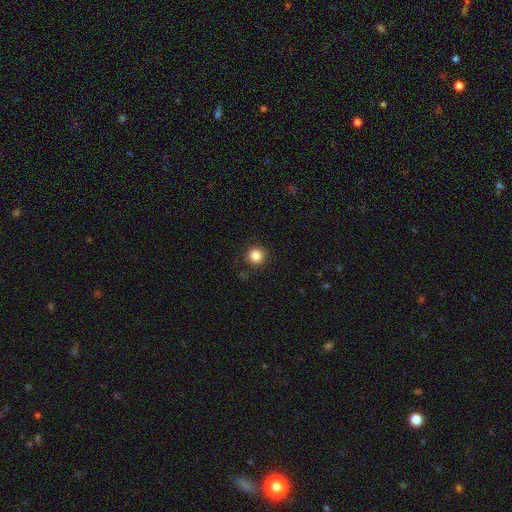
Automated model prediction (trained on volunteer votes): Smooth or featured?
  - smooth: 85% *
  - star or artifact: 11%
  - featured or disk: 4%
How rounded?
  - round: 95% *
  - in between: 4%
  - cigar-shaped: 1%
Merging?
  - none: 90% *
  - minor disturbance: 6%
  - major disturbance: 2%
  - merger: 1%